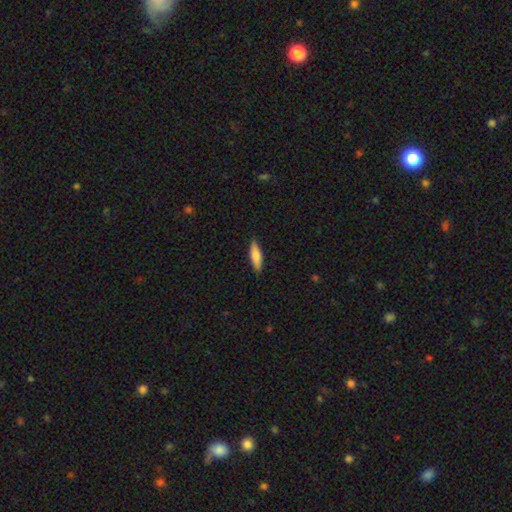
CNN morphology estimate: Smooth or featured?
  - smooth: 77% *
  - featured or disk: 17%
  - star or artifact: 6%
How rounded?
  - cigar-shaped: 60% *
  - in between: 38%
  - round: 2%
Merging?
  - none: 88% *
  - minor disturbance: 10%
  - major disturbance: 2%
  - merger: 1%